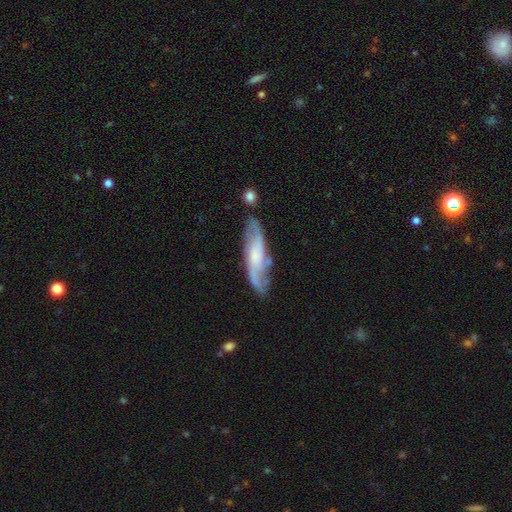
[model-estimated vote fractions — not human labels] featured or disk 70%, smooth 24%, star or artifact 6%. Down the decision tree: edge-on disk — no (77%); bar — no (53%); spiral arms — yes (91%); bulge size — small (35%); merging — none (69%).